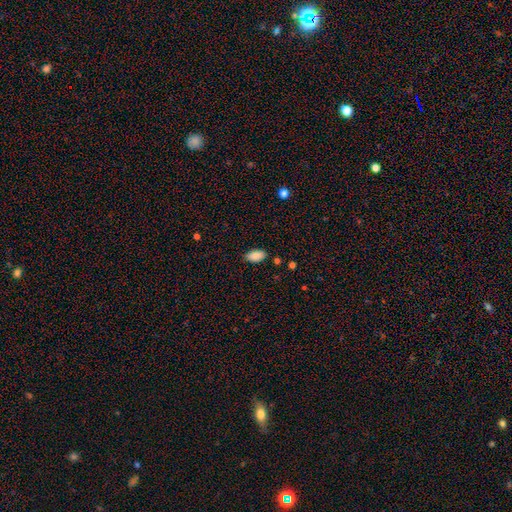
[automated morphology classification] smooth-or-featured: smooth: 87% | star or artifact: 7% | featured or disk: 5%
  how-rounded: in between: 94% | round: 3% | cigar-shaped: 3%
  merging: none: 86% | minor disturbance: 10% | major disturbance: 2% | merger: 2%